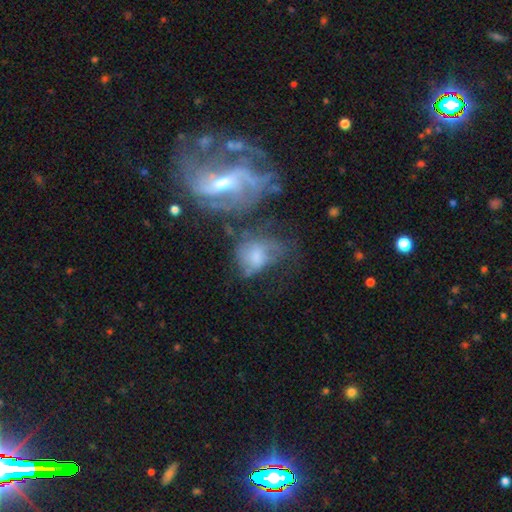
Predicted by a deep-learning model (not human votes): Smooth or featured?
  - smooth: 45% *
  - featured or disk: 42%
  - star or artifact: 12%
Merging?
  - major disturbance: 30% *
  - merger: 25%
  - none: 25%
  - minor disturbance: 19%